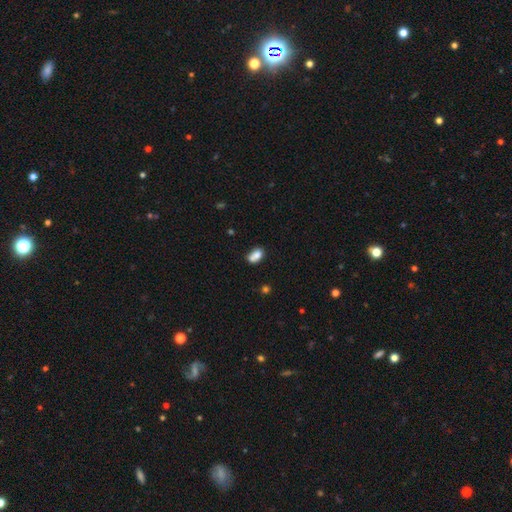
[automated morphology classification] smooth-or-featured: smooth: 78% | featured or disk: 12% | star or artifact: 10%
  how-rounded: in between: 78% | round: 19% | cigar-shaped: 3%
  merging: merger: 44% | none: 36% | minor disturbance: 15% | major disturbance: 5%